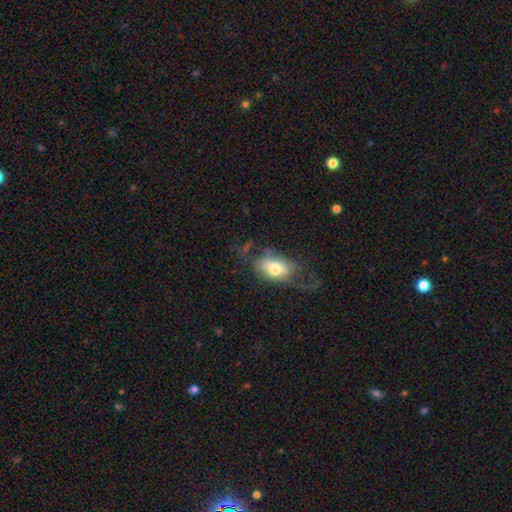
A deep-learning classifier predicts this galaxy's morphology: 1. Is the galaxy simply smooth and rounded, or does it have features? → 45% featured or disk, 40% smooth, 15% star or artifact.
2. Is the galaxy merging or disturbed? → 59% none, 22% minor disturbance, 17% major disturbance, 3% merger.